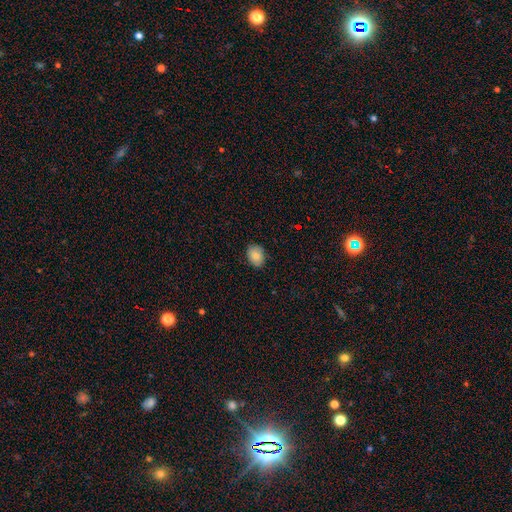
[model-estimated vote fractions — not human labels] Smooth or featured?
  - smooth: 85% *
  - star or artifact: 8%
  - featured or disk: 7%
How rounded?
  - in between: 63% *
  - round: 36%
  - cigar-shaped: 1%
Merging?
  - none: 85% *
  - minor disturbance: 12%
  - major disturbance: 2%
  - merger: 1%